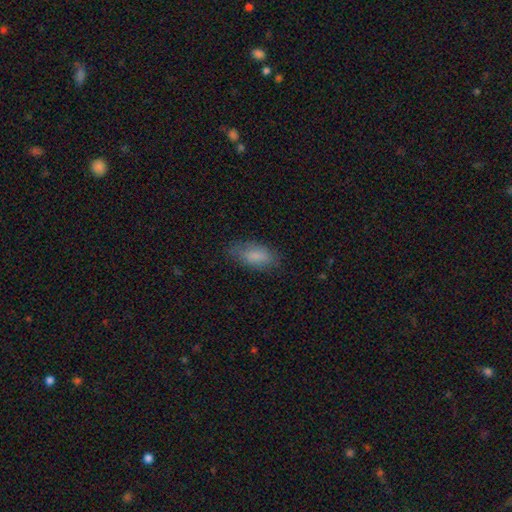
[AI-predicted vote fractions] This is clearly a smooth galaxy (83%). How rounded: clearly in between (89%). Merging: likely none (74%).